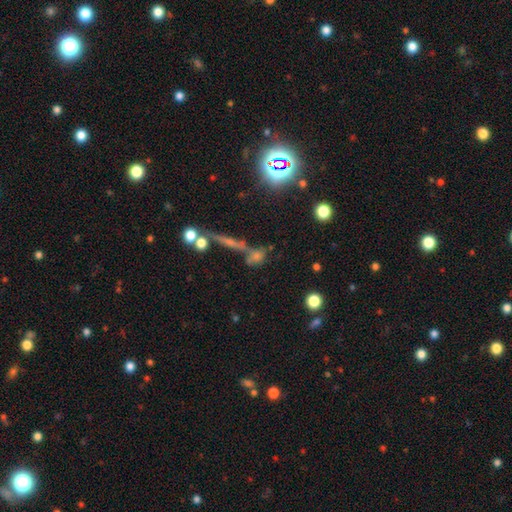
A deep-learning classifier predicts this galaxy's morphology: star or artifact 51%, smooth 29%, featured or disk 20%.